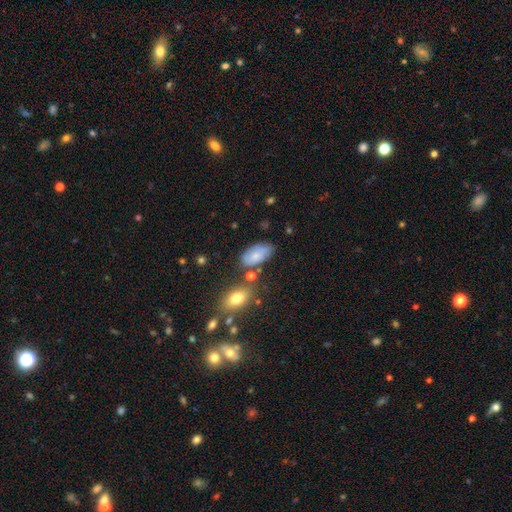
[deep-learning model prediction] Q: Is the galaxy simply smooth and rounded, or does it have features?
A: smooth — 68%.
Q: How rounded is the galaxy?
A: in between — 93%.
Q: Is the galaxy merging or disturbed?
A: none — 64%.